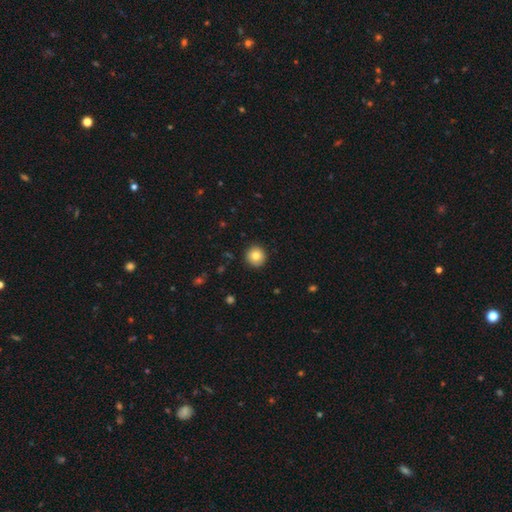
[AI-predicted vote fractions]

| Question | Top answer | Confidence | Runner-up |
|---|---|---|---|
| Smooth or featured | smooth | 82% | star or artifact (9%) |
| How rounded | round | 95% | in between (4%) |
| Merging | none | 91% | minor disturbance (6%) |